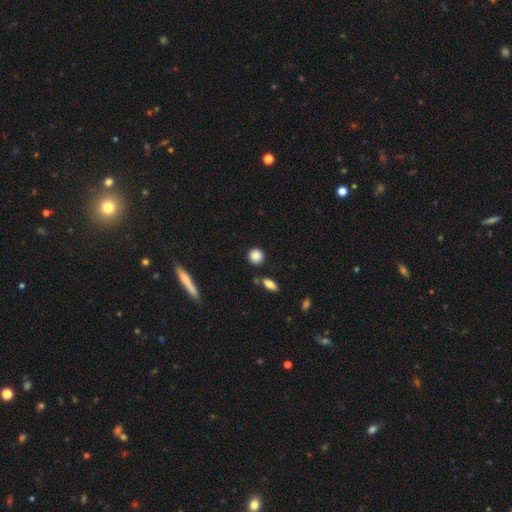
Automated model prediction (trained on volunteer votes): Q: Smooth or featured?
A: smooth (87%); runner-up: star or artifact (8%)
Q: How rounded?
A: round (86%); runner-up: in between (12%)
Q: Merging?
A: none (85%); runner-up: minor disturbance (9%)